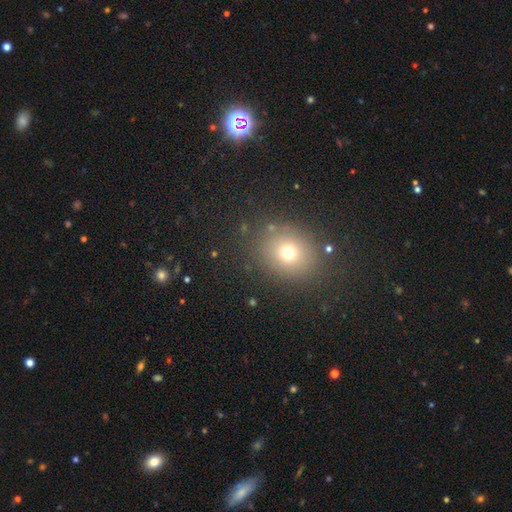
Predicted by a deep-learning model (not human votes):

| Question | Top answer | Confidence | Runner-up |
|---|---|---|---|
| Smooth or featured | smooth | 62% | star or artifact (29%) |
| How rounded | round | 71% | in between (28%) |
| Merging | none | 87% | minor disturbance (8%) |